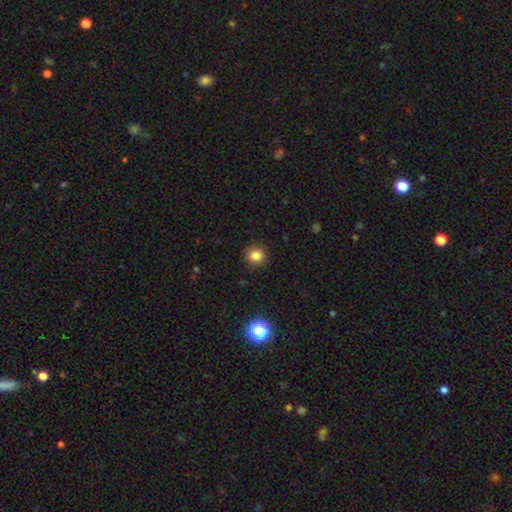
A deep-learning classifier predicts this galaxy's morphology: type=smooth (83%); roundness=round (88%); merging=none (88%).